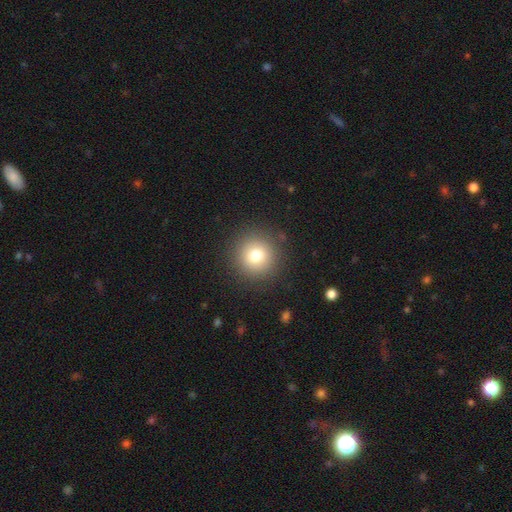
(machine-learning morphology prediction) This appears to be a smooth galaxy with no disk features (78%) that is round (95%). Merging: none (90%).